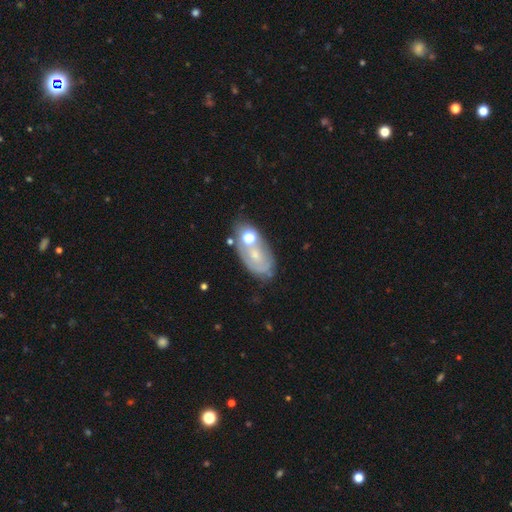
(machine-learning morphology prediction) Smooth or featured: featured or disk — 52% (smooth — 36%)
Edge-on disk: no — 93% (yes — 7%)
Merging: none — 51% (minor disturbance — 23%)